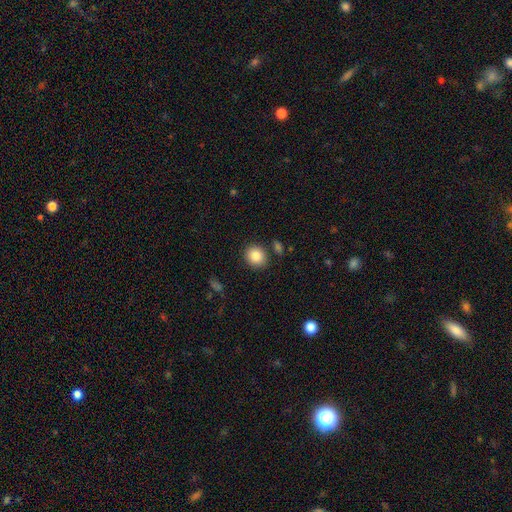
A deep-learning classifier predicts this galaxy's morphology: Overall: smooth (85%). How rounded: round (74%). Merging: none (84%).